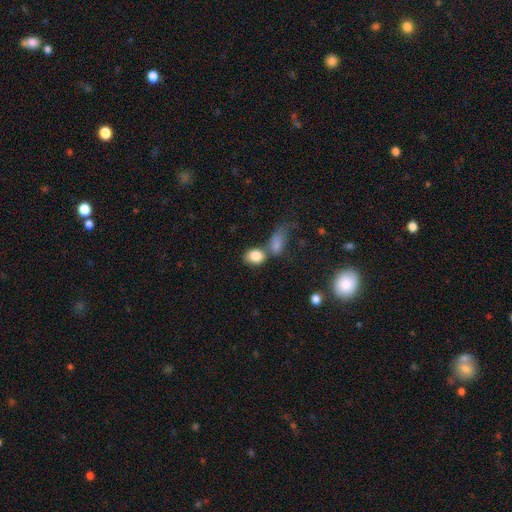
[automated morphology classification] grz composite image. It shows a smooth galaxy with no disk features (83%) that is in between round and cigar-shaped (68%). Merging: merger (41%).